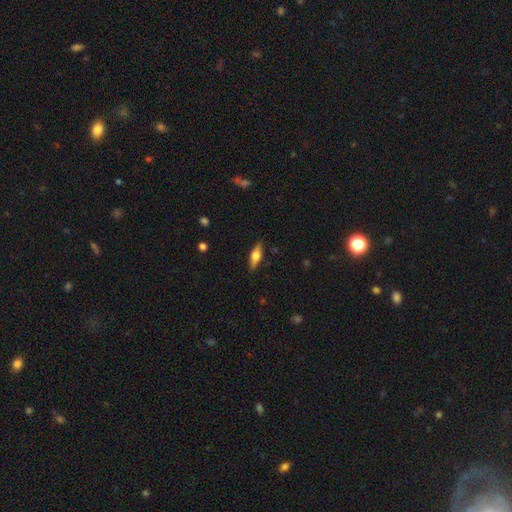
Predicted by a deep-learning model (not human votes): This is possibly a smooth galaxy (51%). How rounded: possibly in between (52%). Merging: clearly none (87%).